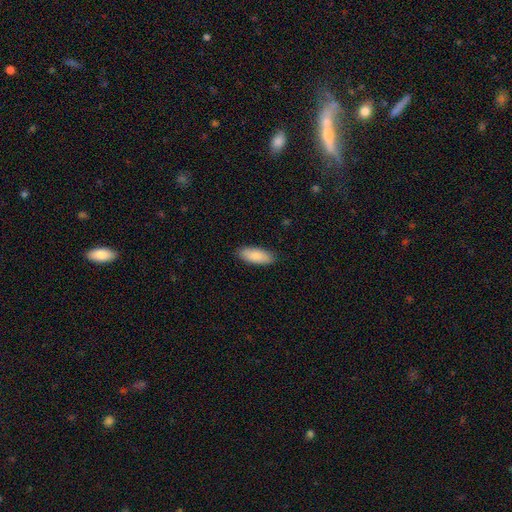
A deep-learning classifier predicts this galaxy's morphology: This is clearly a smooth galaxy (88%). How rounded: clearly in between (80%). Merging: clearly none (88%).